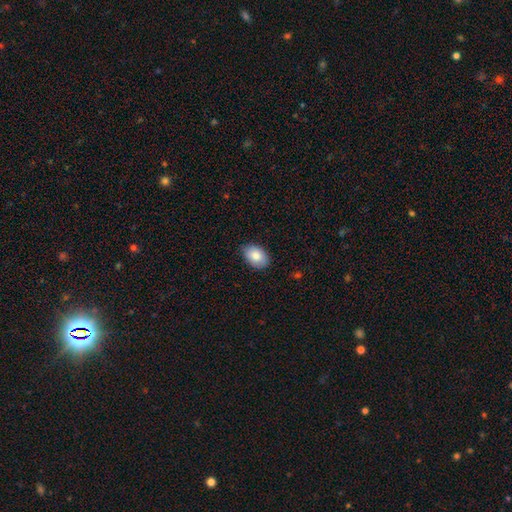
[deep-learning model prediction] Overall: smooth (84%). How rounded: in between (87%). Merging: none (83%).